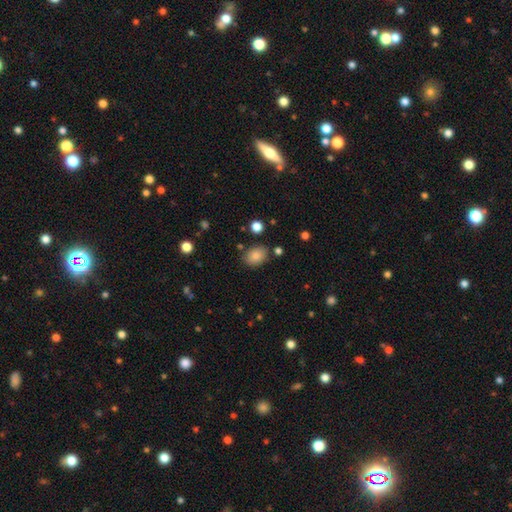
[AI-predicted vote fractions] Smooth or featured? Predicted: smooth (p=0.85). How rounded? Predicted: in between (p=0.73). Merging? Predicted: none (p=0.82).